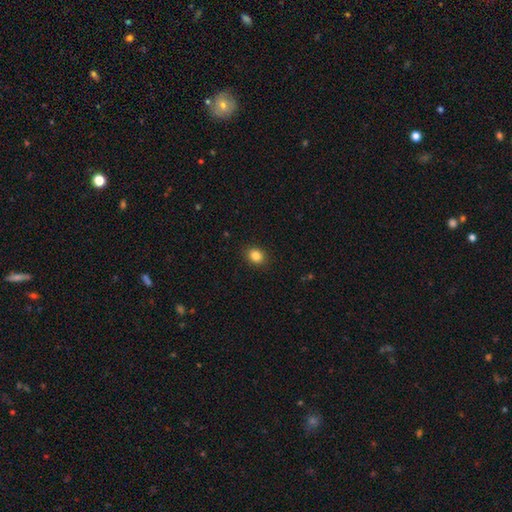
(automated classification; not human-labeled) Smooth or featured? smooth (85%)
How rounded? round (56%)
Merging? none (90%)